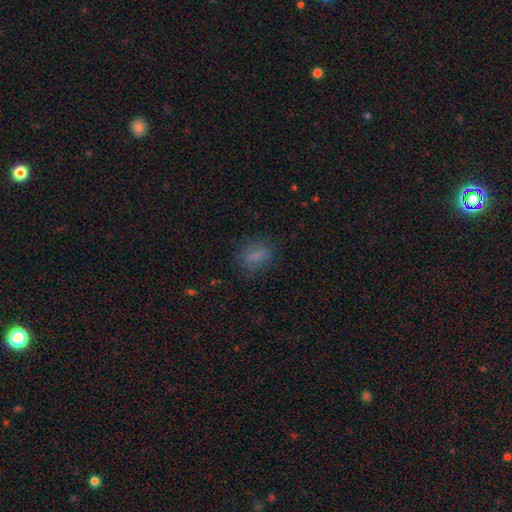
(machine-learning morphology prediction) smooth 77%, star or artifact 14%, featured or disk 9%. Down the decision tree: how rounded — in between (68%); merging — none (76%).